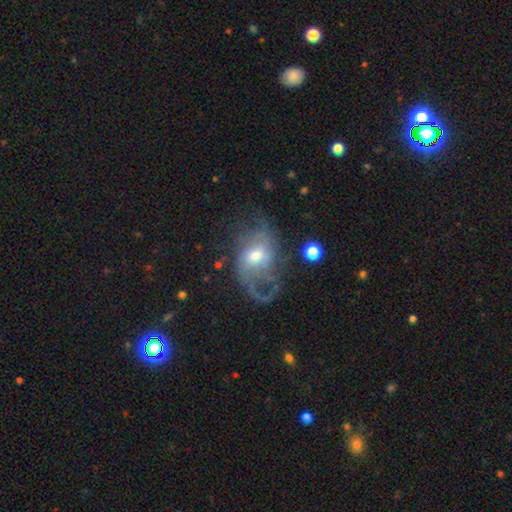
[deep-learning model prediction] smooth-or-featured: featured or disk: 71% | smooth: 20% | star or artifact: 9%
  disk-edge-on: no: 96% | yes: 4%
    bar: no: 56% | weak: 36% | strong: 8%
    has-spiral-arms: yes: 82% | no: 18%
      spiral-winding: loose: 60% | medium: 30% | tight: 10%
      spiral-arm-count: 2: 40% | 1: 28% | can't tell: 18% | 3: 7% | 4: 3% | more than 4: 3%
    bulge-size: moderate: 59% | small: 31% | large: 7% | none: 2% | dominant: 1%
  merging: major disturbance: 41% | none: 38% | minor disturbance: 18% | merger: 4%